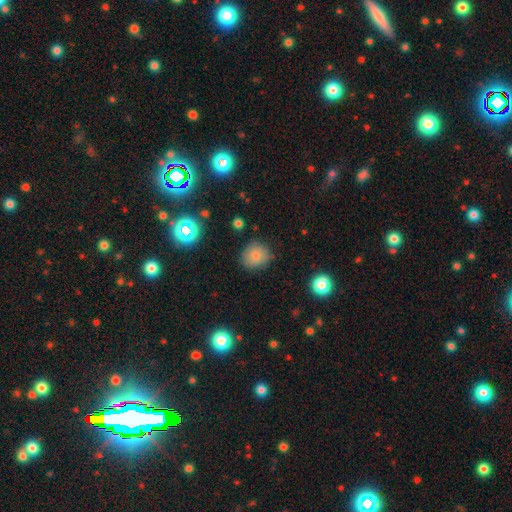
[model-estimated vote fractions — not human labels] This appears to be a smooth galaxy with no disk features (78%) that is round (81%). Merging: none (81%).